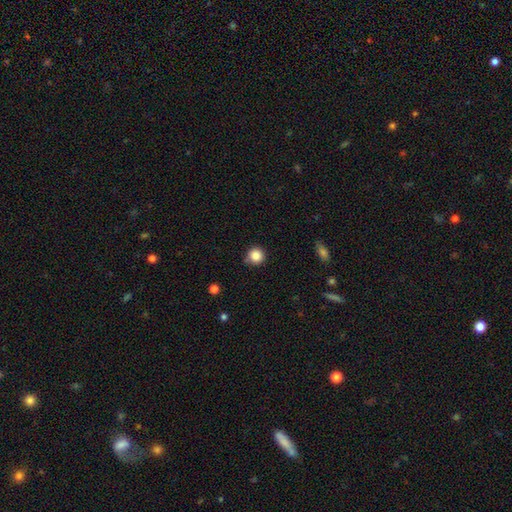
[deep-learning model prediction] A smooth galaxy with no disk features (86%) that is round (94%).

Vote fractions:
- Smooth or featured? smooth: 86% / star or artifact: 10% / featured or disk: 4%
- How rounded? round: 94% / in between: 5% / cigar-shaped: 1%
- Merging? none: 80% / minor disturbance: 14% / merger: 3% / major disturbance: 3%